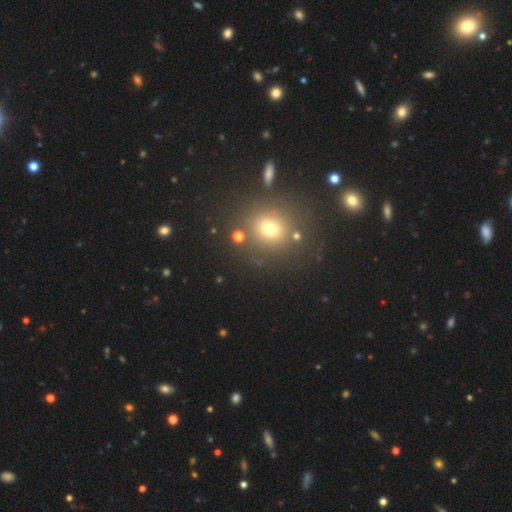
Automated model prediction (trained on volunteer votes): The model was most divided on "smooth or featured": smooth: 56%, star or artifact: 35%, featured or disk: 9%. More confident: how rounded — round (85%); merging — none (83%).